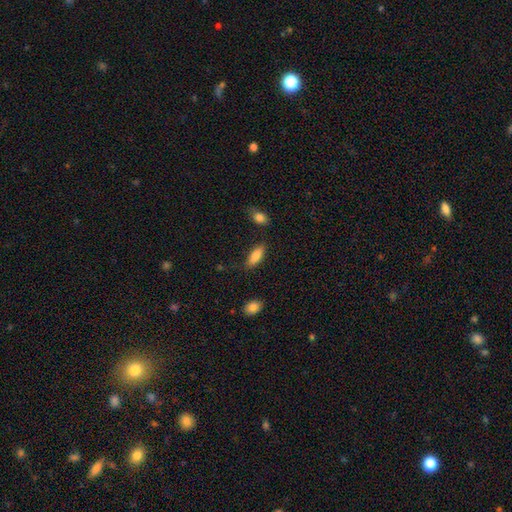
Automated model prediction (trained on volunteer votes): This is clearly a smooth galaxy (83%). How rounded: likely in between (70%). Merging: likely none (78%).